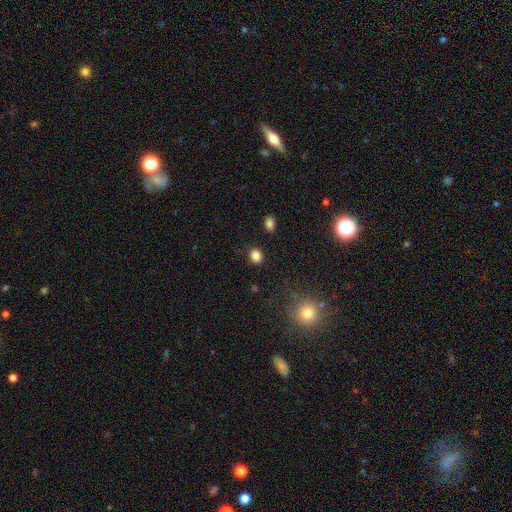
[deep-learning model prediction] A smooth galaxy with no disk features (85%) that is round (67%).

Vote fractions:
- Smooth or featured? smooth: 85% / star or artifact: 12% / featured or disk: 4%
- How rounded? round: 67% / in between: 32% / cigar-shaped: 1%
- Merging? none: 87% / minor disturbance: 8% / major disturbance: 3% / merger: 2%